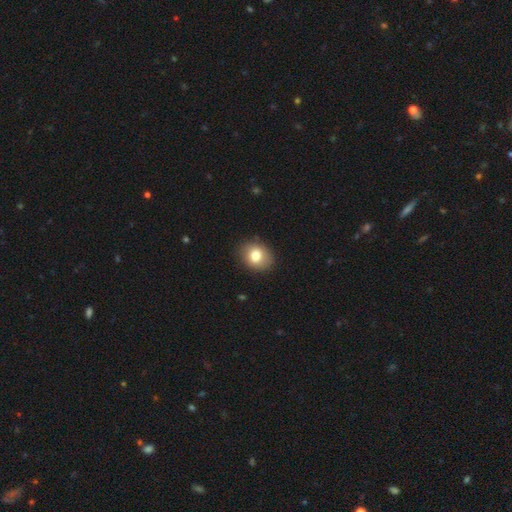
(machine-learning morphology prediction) Smooth or featured: smooth — 80% (featured or disk — 11%)
How rounded: round — 55% (in between — 44%)
Merging: none — 86% (minor disturbance — 10%)